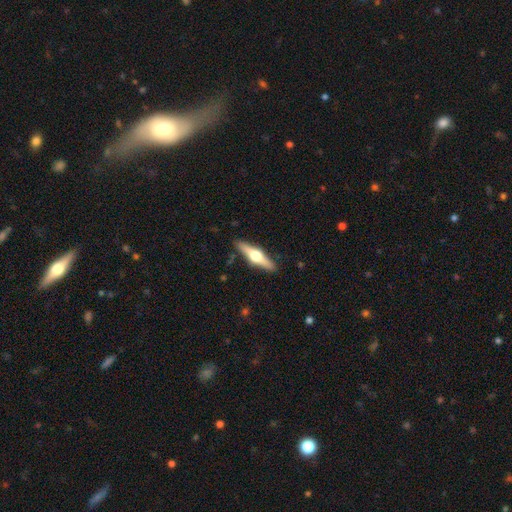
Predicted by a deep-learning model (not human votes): smooth-or-featured: featured or disk: 67% | smooth: 28% | star or artifact: 6%
  disk-edge-on: yes: 97% | no: 3%
    edge-on-bulge: rounded: 96% | boxy: 3% | none: 1%
  merging: none: 89% | minor disturbance: 8% | major disturbance: 2% | merger: 1%